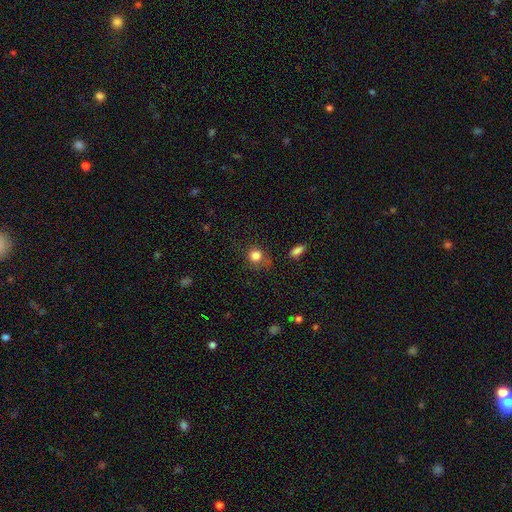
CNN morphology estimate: A smooth galaxy with no disk features (82%) that is round (82%). Merging: none (66%).